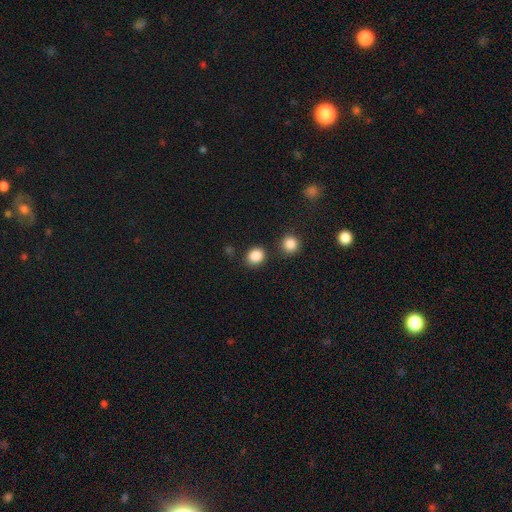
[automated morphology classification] type=smooth (86%); roundness=round (75%); merging=none (82%).